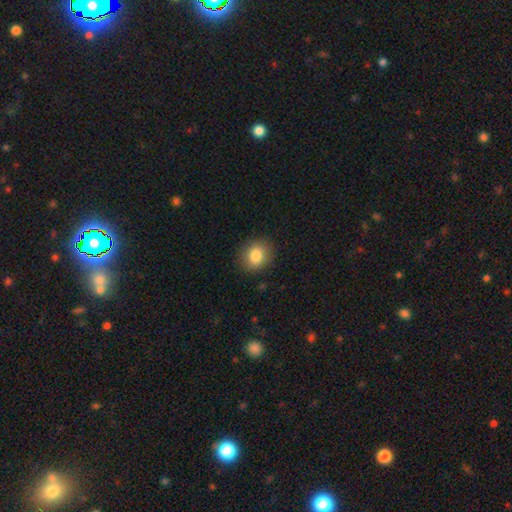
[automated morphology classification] Q: Smooth or featured?
A: smooth (84%); runner-up: star or artifact (9%)
Q: How rounded?
A: round (67%); runner-up: in between (32%)
Q: Merging?
A: none (87%); runner-up: minor disturbance (10%)